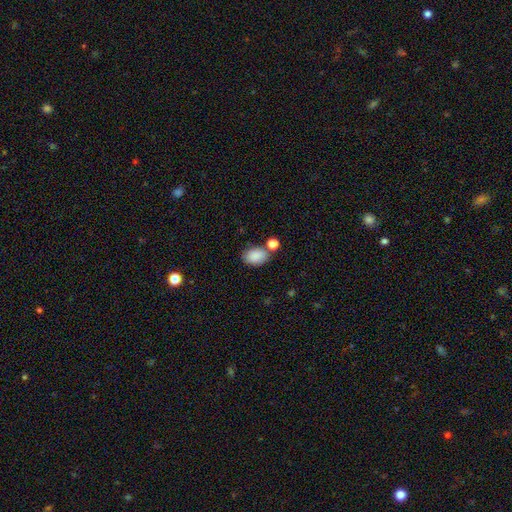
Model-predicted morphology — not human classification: Smooth or featured? Predicted: smooth (p=0.87). How rounded? Predicted: in between (p=0.84). Merging? Predicted: none (p=0.63).